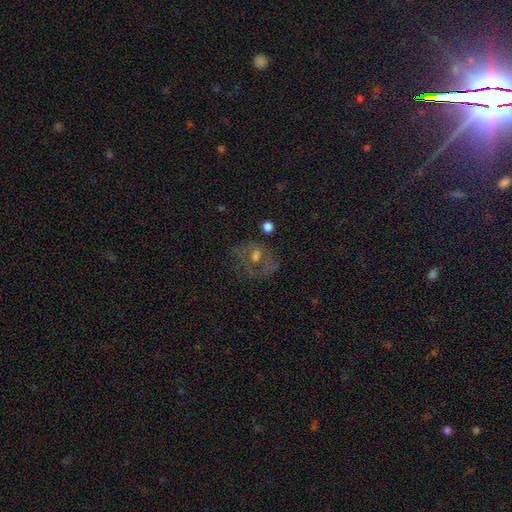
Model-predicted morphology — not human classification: type=featured or disk (53%); edge-on=no (96%); bar=no (66%); spiral arms=no (67%); bulge=moderate (57%); merging=none (57%).